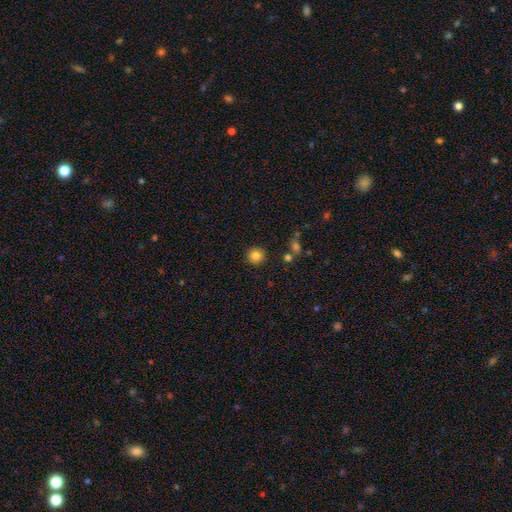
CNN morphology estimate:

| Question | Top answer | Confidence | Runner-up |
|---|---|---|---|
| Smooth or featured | smooth | 83% | star or artifact (11%) |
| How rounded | round | 93% | in between (6%) |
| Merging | none | 89% | minor disturbance (6%) |